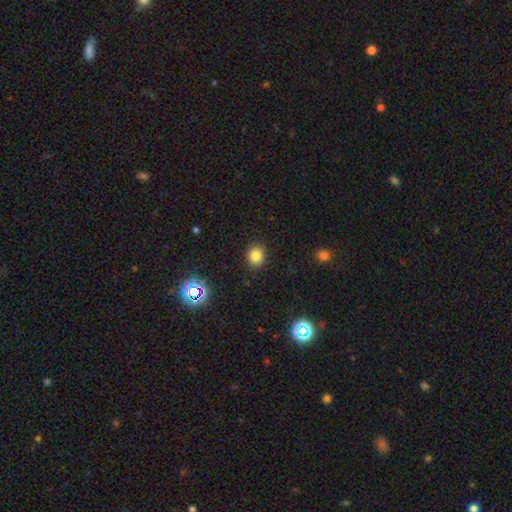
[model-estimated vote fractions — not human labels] smooth-or-featured: smooth: 81% | star or artifact: 14% | featured or disk: 5%
  how-rounded: round: 78% | in between: 21% | cigar-shaped: 1%
  merging: none: 90% | minor disturbance: 7% | major disturbance: 2% | merger: 1%